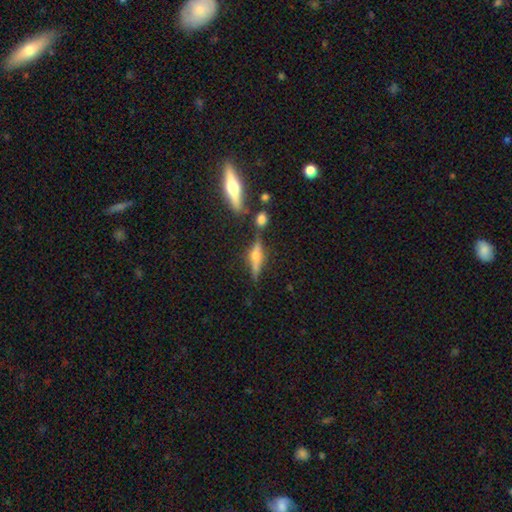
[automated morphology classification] The model was most divided on "smooth or featured": featured or disk: 69%, smooth: 20%, star or artifact: 10%. More confident: edge-on disk — yes (95%); edge-on bulge — rounded (88%); merging — none (71%).